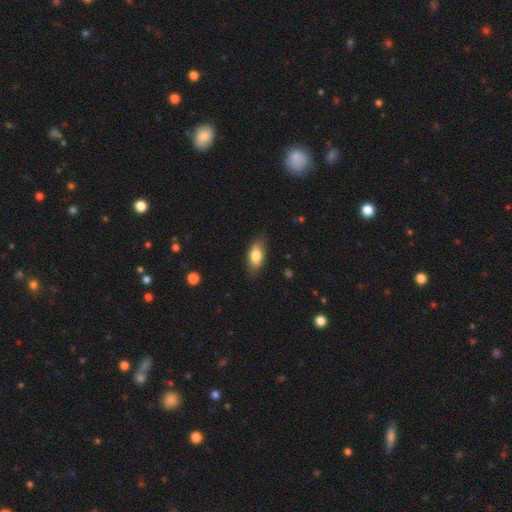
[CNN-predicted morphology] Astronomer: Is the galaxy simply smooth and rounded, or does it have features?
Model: smooth — 75%.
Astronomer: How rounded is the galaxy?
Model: in between — 84%.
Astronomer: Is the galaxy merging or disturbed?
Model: none — 80%.